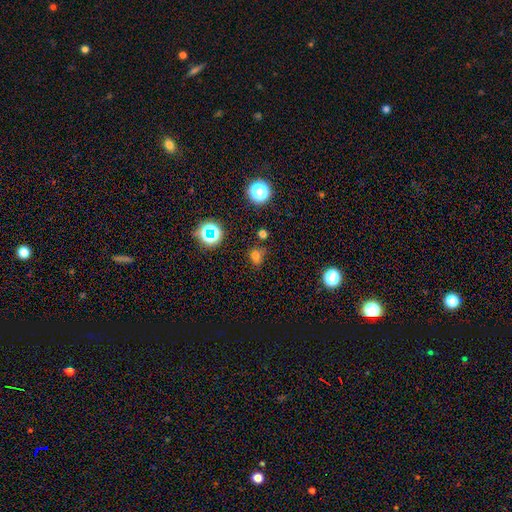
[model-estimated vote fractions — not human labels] Smooth or featured? smooth (64%)
How rounded? round (65%)
Merging? none (65%)